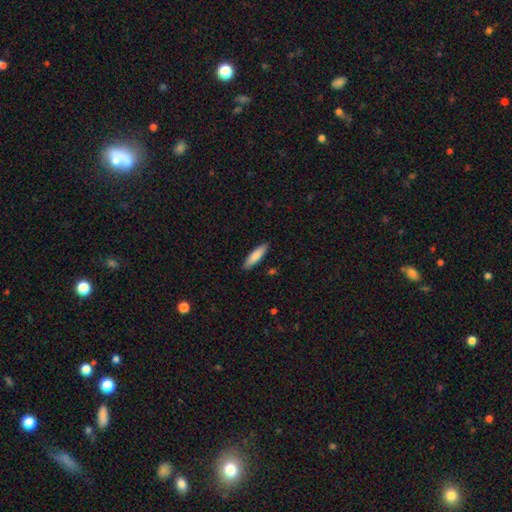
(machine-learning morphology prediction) type=smooth (83%); roundness=cigar-shaped (71%); merging=none (89%).